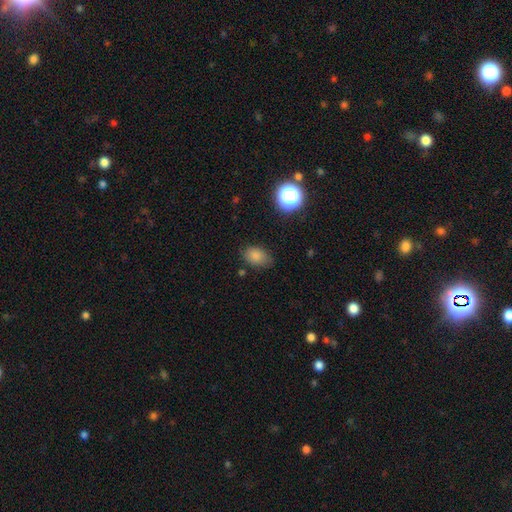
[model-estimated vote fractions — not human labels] Morphology: type=smooth (82%); roundness=in between (78%); merging=none (73%).